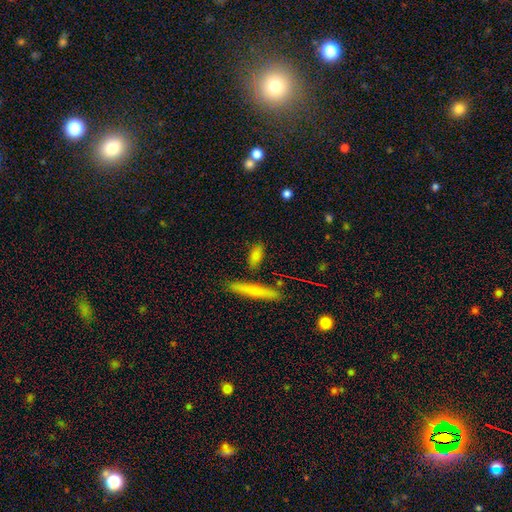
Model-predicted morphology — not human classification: A smooth galaxy with no disk features (80%) that is in between round and cigar-shaped (69%).

Vote fractions:
- Smooth or featured? smooth: 80% / featured or disk: 11% / star or artifact: 9%
- How rounded? in between: 69% / cigar-shaped: 26% / round: 6%
- Merging? none: 79% / minor disturbance: 12% / merger: 6% / major disturbance: 3%